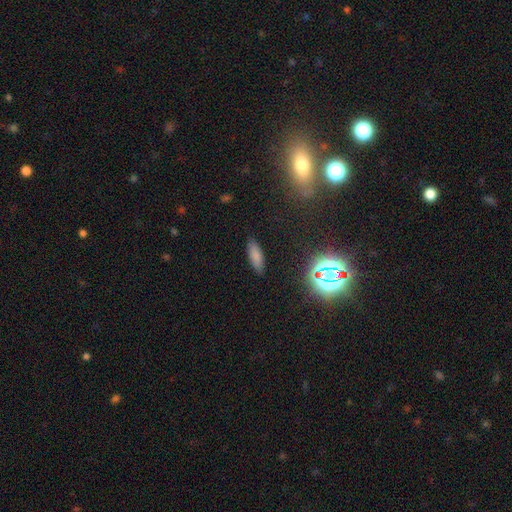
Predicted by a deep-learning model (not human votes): Q: Smooth or featured?
A: smooth (77%); runner-up: star or artifact (15%)
Q: How rounded?
A: in between (61%); runner-up: cigar-shaped (37%)
Q: Merging?
A: none (87%); runner-up: minor disturbance (9%)